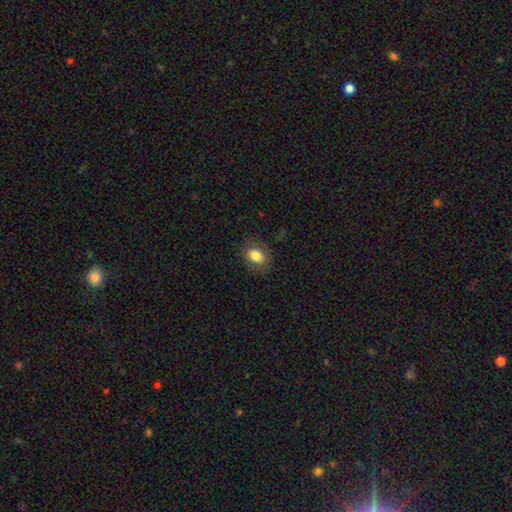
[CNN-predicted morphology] This is clearly a smooth galaxy (82%). How rounded: likely in between (68%). Merging: clearly none (82%).